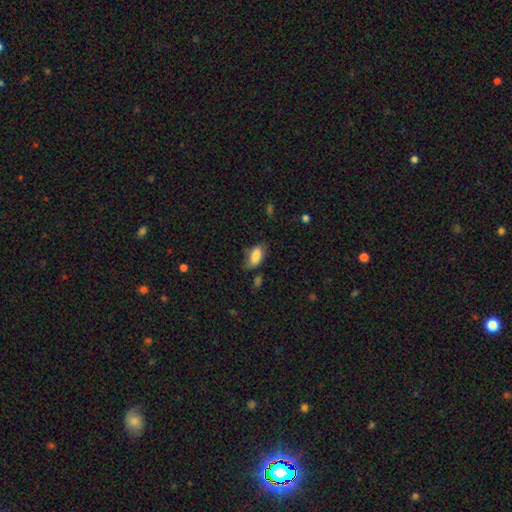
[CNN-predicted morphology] Smooth or featured? smooth (82%)
How rounded? in between (92%)
Merging? none (56%)